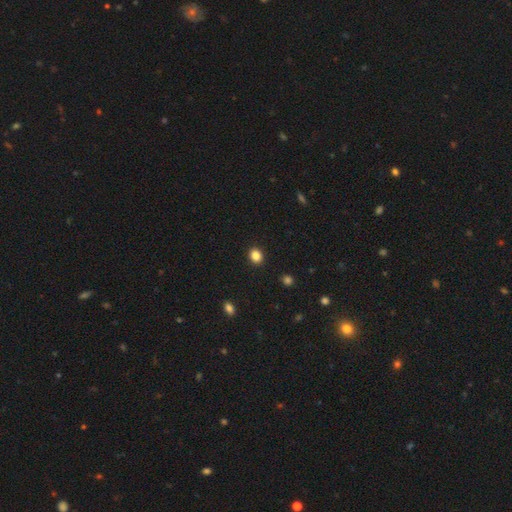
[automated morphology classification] smooth-or-featured: smooth: 85% | star or artifact: 11% | featured or disk: 4%
  how-rounded: round: 59% | in between: 40% | cigar-shaped: 1%
  merging: none: 91% | minor disturbance: 6% | major disturbance: 2% | merger: 1%